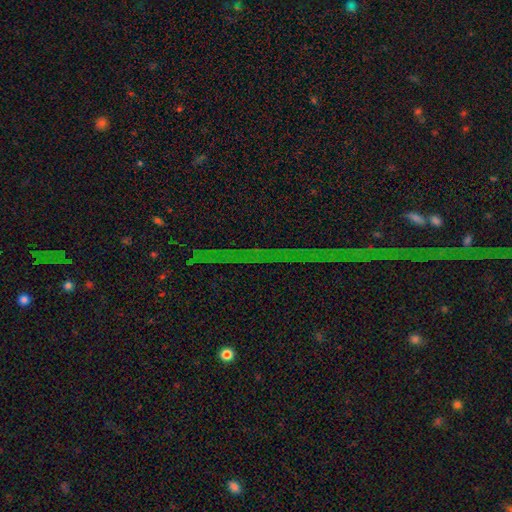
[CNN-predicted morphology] A star or artifact, not a galaxy (86%).

Vote fractions:
- Smooth or featured? star or artifact: 86% / featured or disk: 8% / smooth: 7%